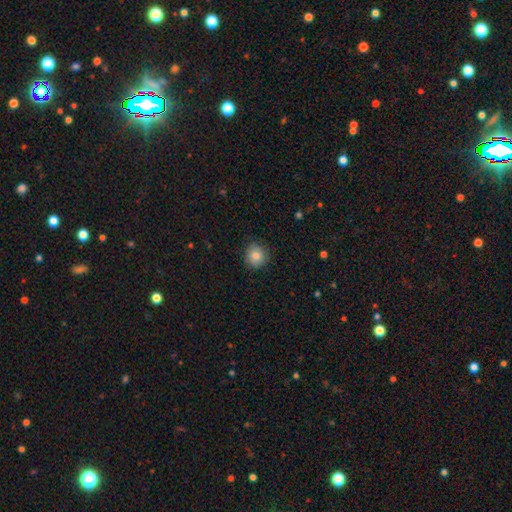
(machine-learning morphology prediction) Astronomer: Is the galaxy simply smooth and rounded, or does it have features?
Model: smooth — 81%.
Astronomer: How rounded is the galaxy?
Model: round — 88%.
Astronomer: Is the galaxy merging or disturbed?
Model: none — 84%.